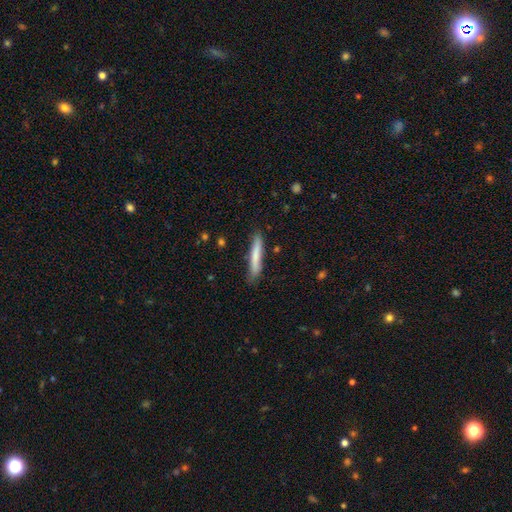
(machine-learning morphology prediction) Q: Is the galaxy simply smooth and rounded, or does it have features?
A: smooth — 76%.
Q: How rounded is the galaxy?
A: cigar-shaped — 93%.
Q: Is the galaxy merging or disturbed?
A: none — 81%.